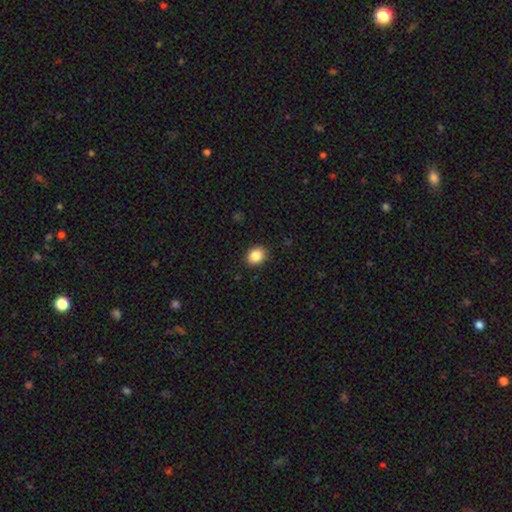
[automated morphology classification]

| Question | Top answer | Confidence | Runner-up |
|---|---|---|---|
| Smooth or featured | smooth | 86% | star or artifact (9%) |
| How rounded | round | 63% | in between (36%) |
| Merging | none | 90% | minor disturbance (7%) |